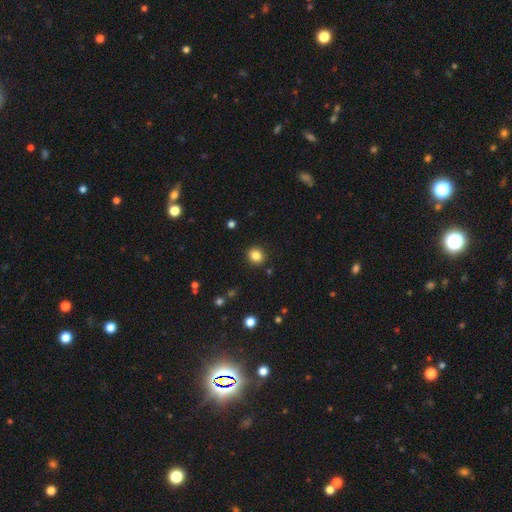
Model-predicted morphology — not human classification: smooth_or_featured: smooth (p=0.84) [alt: star or artifact p=0.11]
how_rounded: round (p=0.85) [alt: in between p=0.14]
merging: none (p=0.91) [alt: minor disturbance p=0.06]